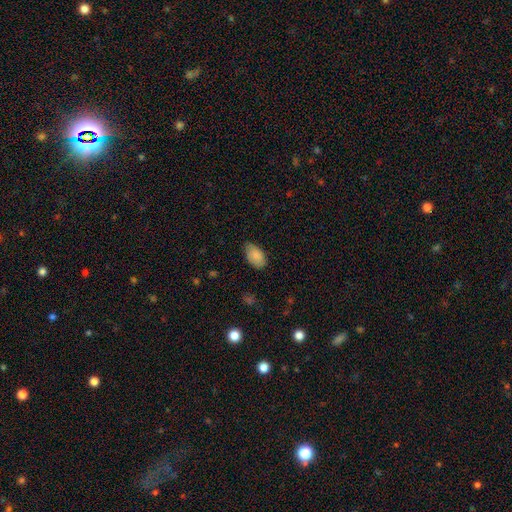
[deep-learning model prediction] A smooth galaxy with no disk features (87%) that is in between round and cigar-shaped (93%).

Vote fractions:
- Smooth or featured? smooth: 87% / featured or disk: 7% / star or artifact: 6%
- How rounded? in between: 93% / round: 5% / cigar-shaped: 2%
- Merging? none: 74% / minor disturbance: 21% / major disturbance: 3% / merger: 1%